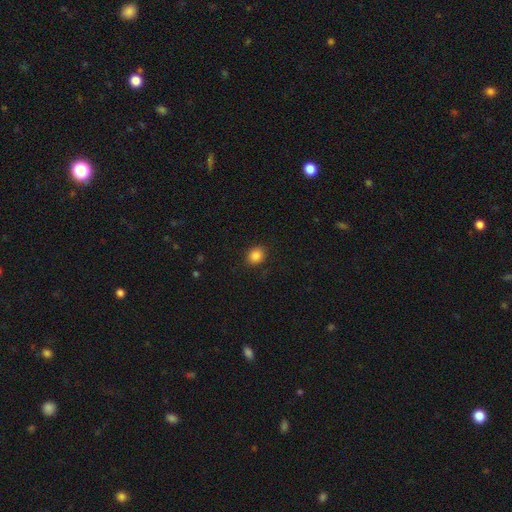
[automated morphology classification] smooth_or_featured: smooth (p=0.86) [alt: star or artifact p=0.10]
how_rounded: round (p=0.58) [alt: in between p=0.41]
merging: none (p=0.88) [alt: minor disturbance p=0.08]